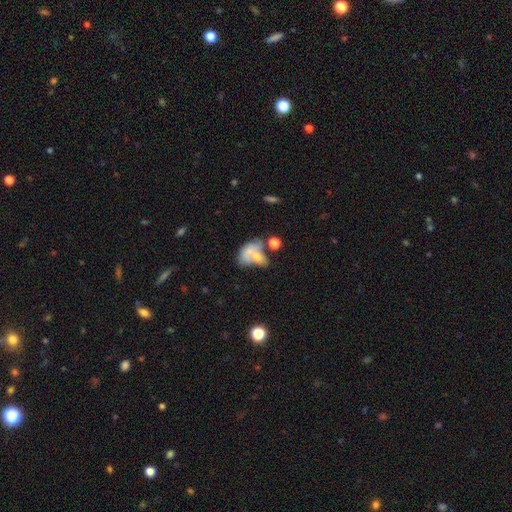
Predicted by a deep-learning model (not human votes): Smooth or featured? Predicted: smooth (p=0.60). How rounded? Predicted: in between (p=0.78). Merging? Predicted: merger (p=0.49).